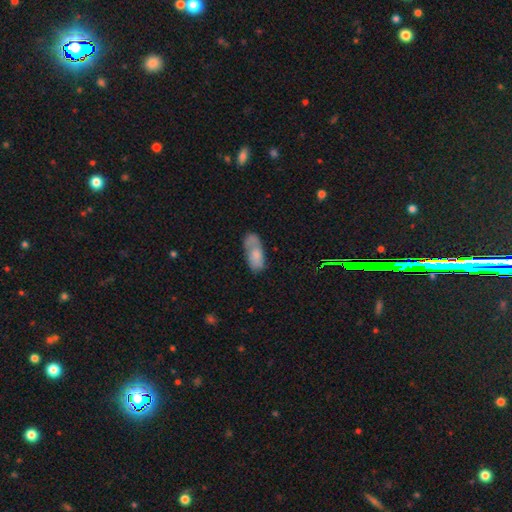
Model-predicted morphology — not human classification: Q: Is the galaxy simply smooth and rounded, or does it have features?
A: smooth — 69%.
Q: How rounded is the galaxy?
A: in between — 88%.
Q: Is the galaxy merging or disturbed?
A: none — 47%.